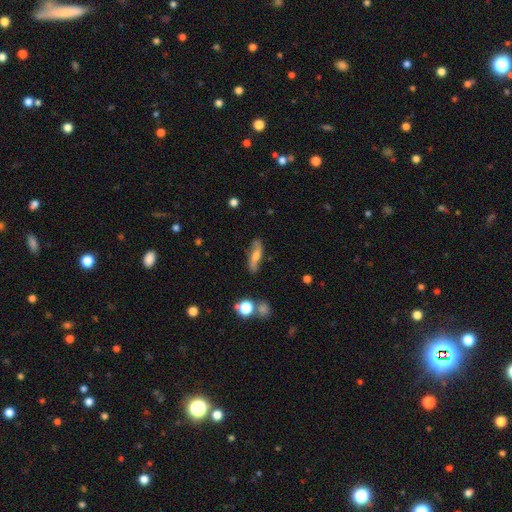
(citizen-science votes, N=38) Overall: featured or disk (66%; smooth 29%). Edge-on disk: no (84%). Bar: no (48%; weak 38%). Spiral arms: yes (86%). Spiral arm count: 2 (94%). Spiral winding: loose (83%). Bulge size: moderate (48%; small 29%). Merging: none (69%).